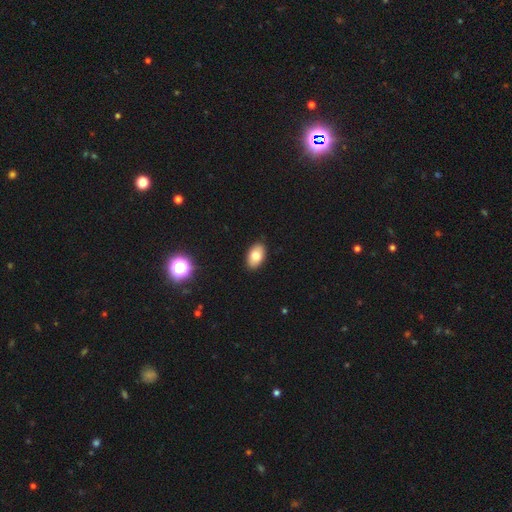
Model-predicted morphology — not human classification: type=smooth (79%); roundness=in between (93%); merging=none (90%).